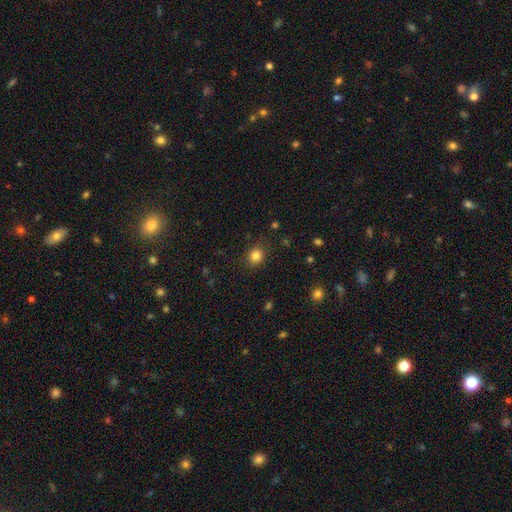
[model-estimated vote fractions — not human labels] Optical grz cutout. It shows a smooth galaxy with no disk features (84%) that is round (77%). Merging: none (87%).